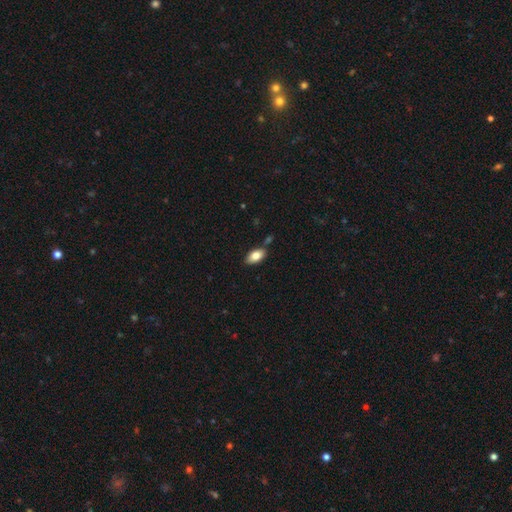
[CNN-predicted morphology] smooth 80%, featured or disk 13%, star or artifact 7%. Down the decision tree: how rounded — in between (92%); merging — none (78%).